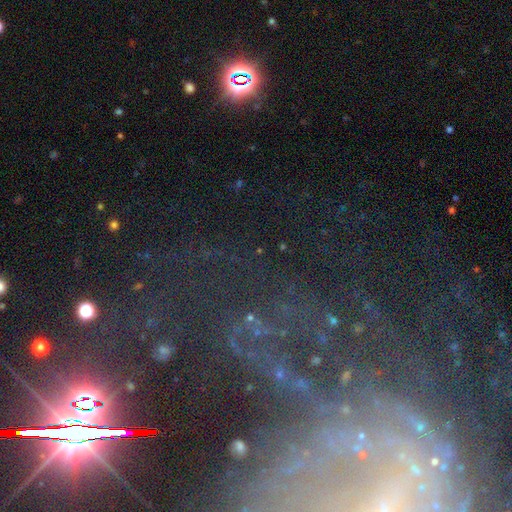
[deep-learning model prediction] Smooth or featured? star or artifact (43%)